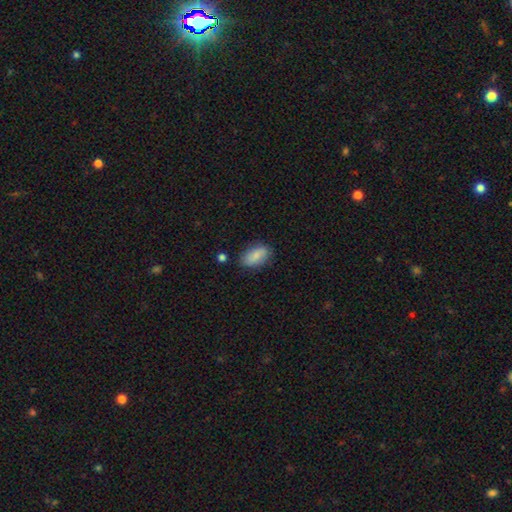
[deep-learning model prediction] Smooth or featured: smooth — 82% (featured or disk — 11%)
How rounded: in between — 92% (round — 5%)
Merging: none — 78% (minor disturbance — 16%)